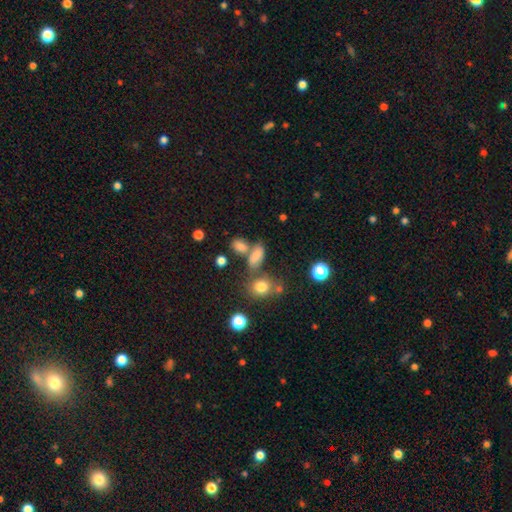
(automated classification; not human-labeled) Overall: smooth (76%). How rounded: in between (76%). Merging: none (49%; merger 29%).